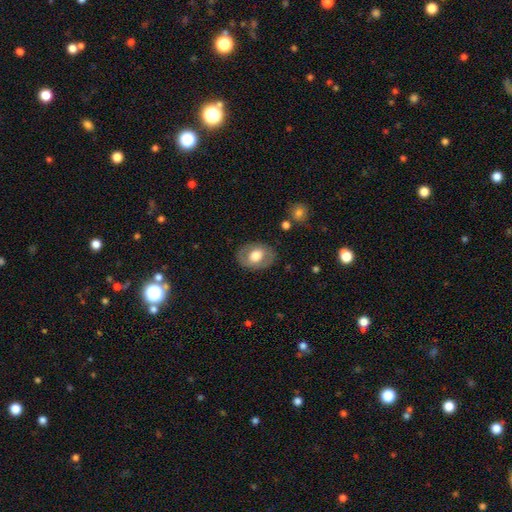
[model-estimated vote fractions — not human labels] The model was most divided on "smooth or featured": smooth: 57%, featured or disk: 37%, star or artifact: 7%. More confident: merging — none (82%); how rounded — in between (68%).